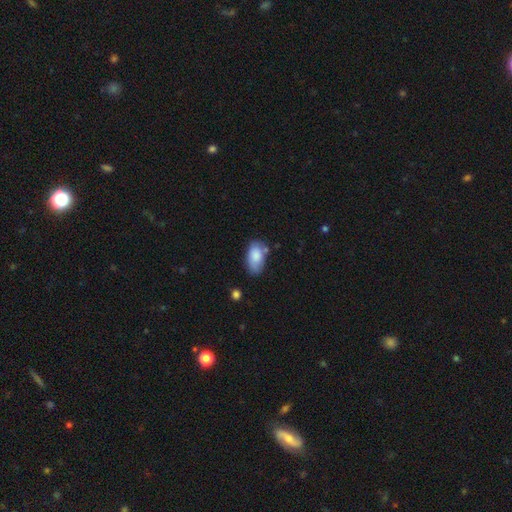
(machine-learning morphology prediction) Smooth or featured? Predicted: smooth (p=0.83). How rounded? Predicted: in between (p=0.93). Merging? Predicted: none (p=0.64).